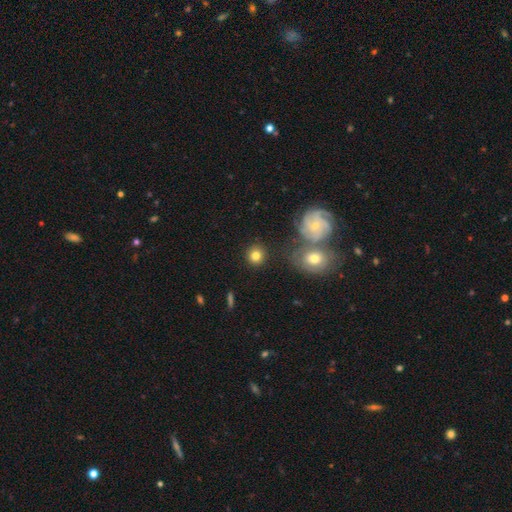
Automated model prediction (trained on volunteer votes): A smooth galaxy with no disk features (77%) that is round (90%).

Vote fractions:
- Smooth or featured? smooth: 77% / featured or disk: 14% / star or artifact: 9%
- How rounded? round: 90% / in between: 9% / cigar-shaped: 1%
- Merging? none: 85% / minor disturbance: 7% / merger: 5% / major disturbance: 3%